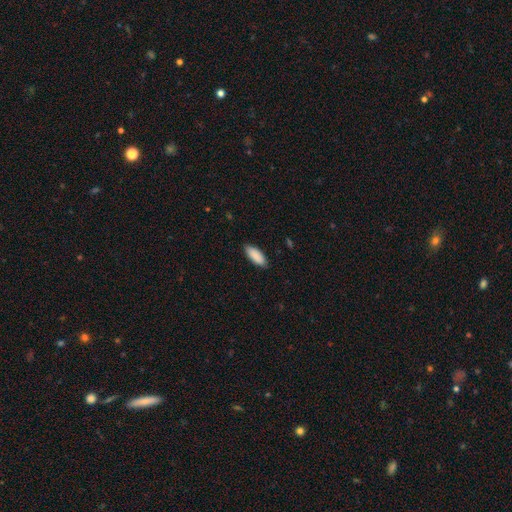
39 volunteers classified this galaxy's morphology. smooth-or-featured: smooth: 100% | featured or disk: 0% | star or artifact: 0%
  how-rounded: in between: 87% | cigar-shaped: 10% | round: 3%
  merging: none: 92% | minor disturbance: 8% | major disturbance: 0% | merger: 0%